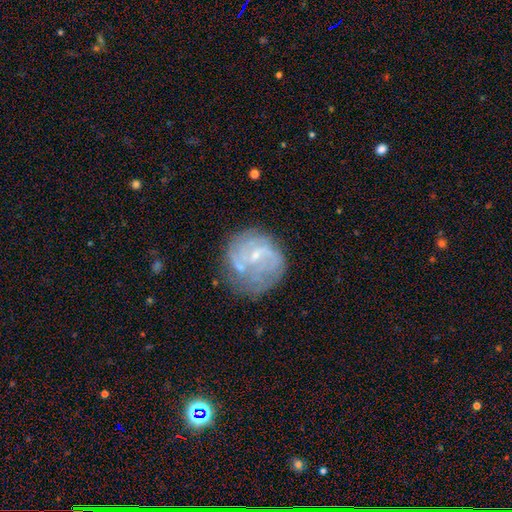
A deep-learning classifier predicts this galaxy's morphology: Smooth or featured?
  - featured or disk: 74% *
  - smooth: 18%
  - star or artifact: 9%
Edge-on disk?
  - no: 98% *
  - yes: 2%
Bar?
  - weak: 53% *
  - no: 34%
  - strong: 13%
Spiral arms?
  - yes: 80% *
  - no: 20%
Spiral winding?
  - tight: 42% *
  - medium: 38%
  - loose: 20%
Spiral arm count?
  - can't tell: 40% *
  - 2: 32%
  - 3: 13%
  - 4: 6%
  - 1: 5%
  - more than 4: 4%
Bulge size?
  - small: 71% *
  - moderate: 17%
  - none: 10%
  - large: 1%
  - dominant: 1%
Merging?
  - none: 54% *
  - minor disturbance: 23%
  - major disturbance: 18%
  - merger: 6%